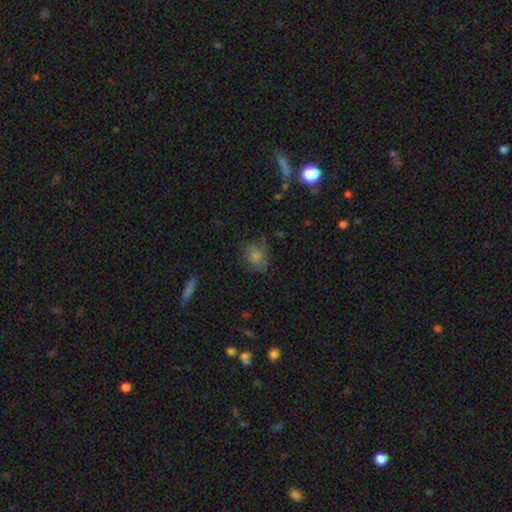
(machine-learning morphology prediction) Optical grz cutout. It shows a smooth galaxy with no disk features (68%) that is round (56%). Merging: none (73%).